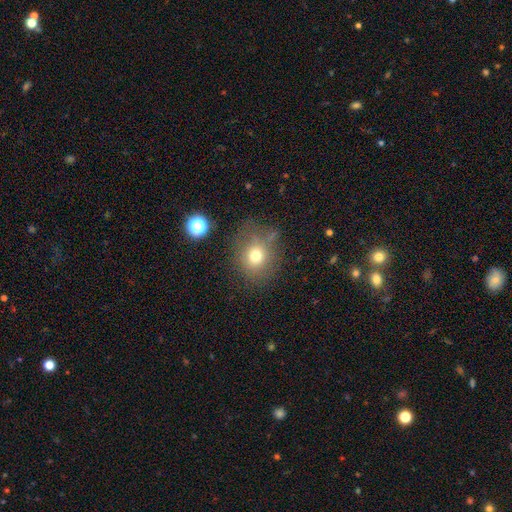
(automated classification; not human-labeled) A smooth galaxy with no disk features (73%) that is round (74%). Merging: none (67%).